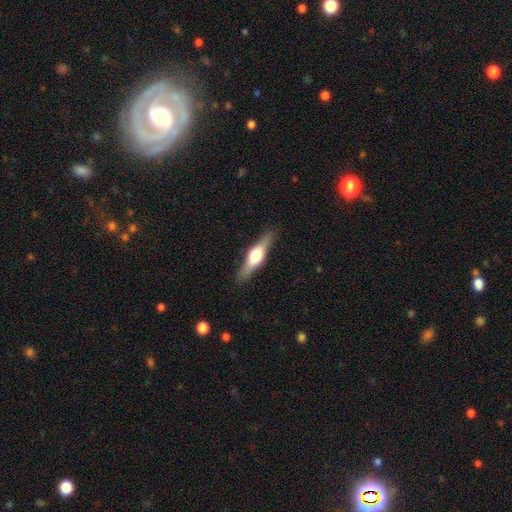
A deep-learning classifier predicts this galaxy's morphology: This is possibly a featured or disk galaxy (59%). It is clearly viewed edge-on (95%). Edge-on bulge: clearly rounded (93%). Merging: clearly none (87%).